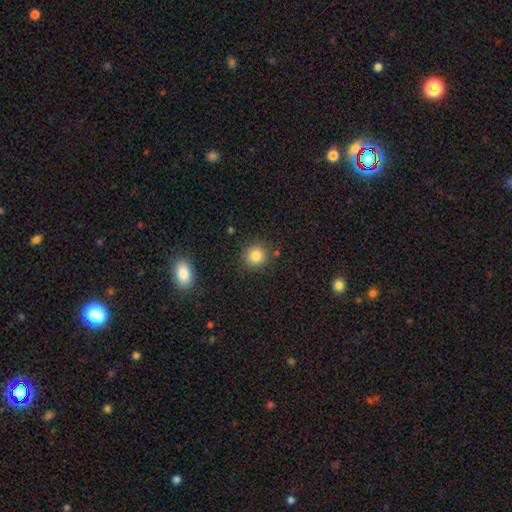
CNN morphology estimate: Q: Smooth or featured?
A: smooth (83%); runner-up: star or artifact (11%)
Q: How rounded?
A: round (90%); runner-up: in between (9%)
Q: Merging?
A: none (85%); runner-up: minor disturbance (8%)